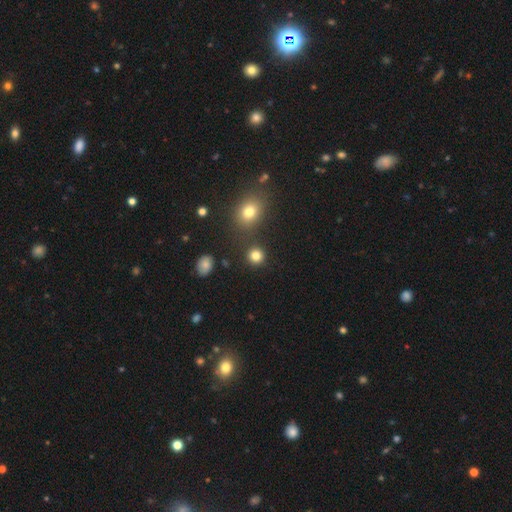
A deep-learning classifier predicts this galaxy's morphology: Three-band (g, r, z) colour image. It shows a smooth galaxy with no disk features (83%) that is round (90%). Merging: none (86%).